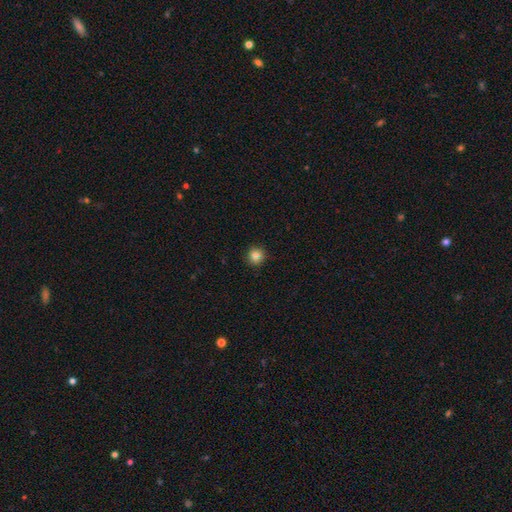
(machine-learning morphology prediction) This is clearly a smooth galaxy (82%). How rounded: clearly round (91%). Merging: clearly none (87%).